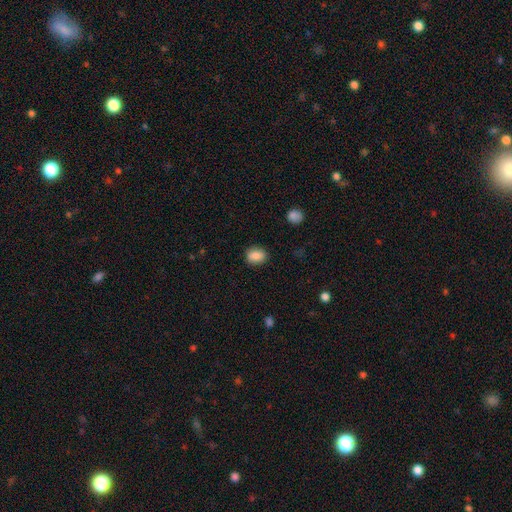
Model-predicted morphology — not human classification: Smooth or featured?
  - smooth: 87% *
  - star or artifact: 8%
  - featured or disk: 5%
How rounded?
  - in between: 61% *
  - round: 38%
  - cigar-shaped: 1%
Merging?
  - none: 84% *
  - minor disturbance: 12%
  - major disturbance: 3%
  - merger: 1%